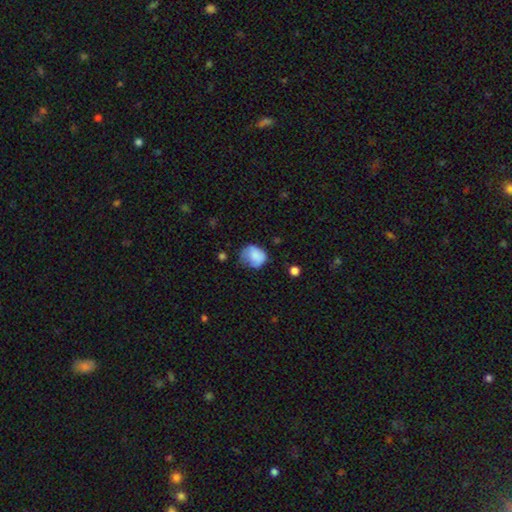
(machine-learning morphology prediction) Smooth or featured?
  - smooth: 79% *
  - featured or disk: 13%
  - star or artifact: 8%
How rounded?
  - round: 63% *
  - in between: 36%
  - cigar-shaped: 1%
Merging?
  - none: 41% *
  - minor disturbance: 38%
  - major disturbance: 19%
  - merger: 2%